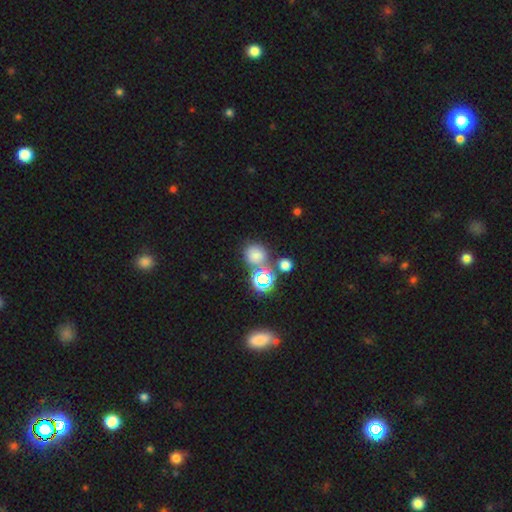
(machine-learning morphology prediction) Smooth or featured? Predicted: smooth (p=0.66). How rounded? Predicted: round (p=0.80). Merging? Predicted: none (p=0.57).